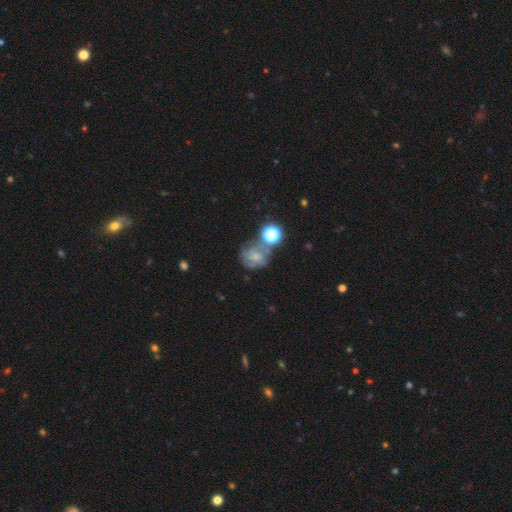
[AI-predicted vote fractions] Smooth or featured? Predicted: featured or disk (p=0.42). Merging? Predicted: none (p=0.46).